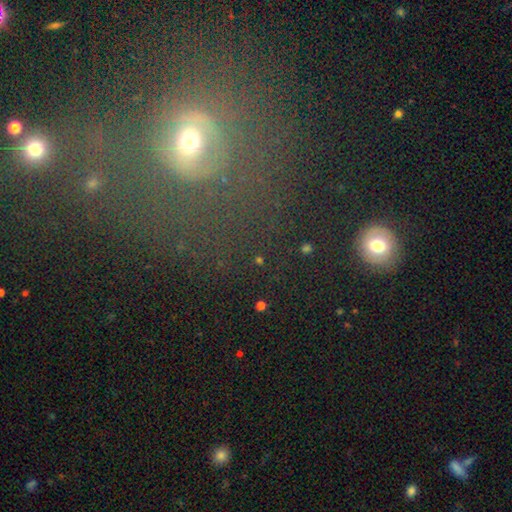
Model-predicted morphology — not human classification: Overall: smooth (42%; featured or disk 30%). Merging: none (73%).